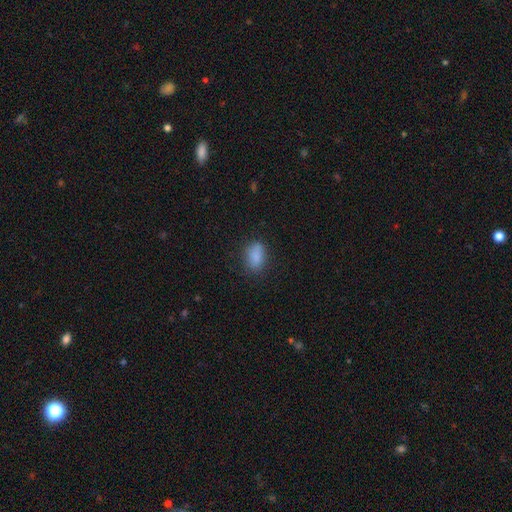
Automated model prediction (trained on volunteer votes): A smooth galaxy with no disk features (84%) that is in between round and cigar-shaped (84%). Merging: none (73%).